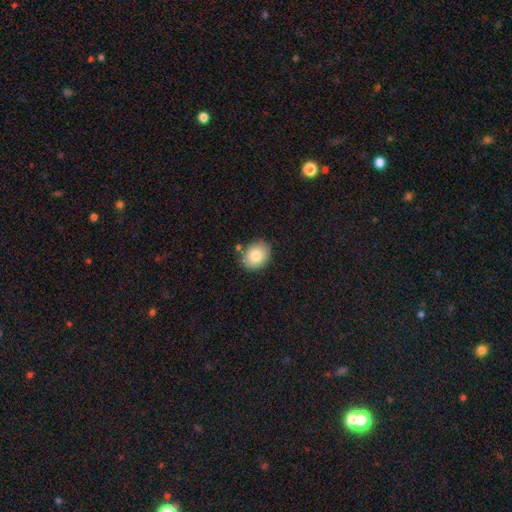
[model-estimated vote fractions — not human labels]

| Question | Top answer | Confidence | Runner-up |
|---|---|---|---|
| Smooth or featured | smooth | 83% | featured or disk (10%) |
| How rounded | in between | 56% | round (44%) |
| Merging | none | 82% | minor disturbance (12%) |